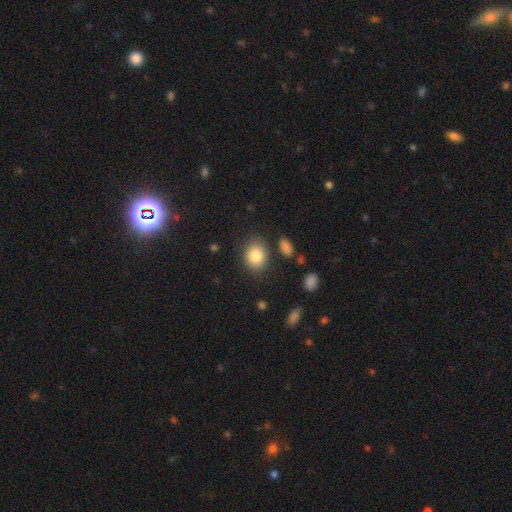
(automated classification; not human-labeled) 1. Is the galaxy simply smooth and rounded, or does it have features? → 84% smooth, 9% star or artifact, 7% featured or disk.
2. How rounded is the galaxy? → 54% in between, 45% round, 1% cigar-shaped.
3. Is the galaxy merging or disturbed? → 81% none, 12% minor disturbance, 4% major disturbance, 3% merger.